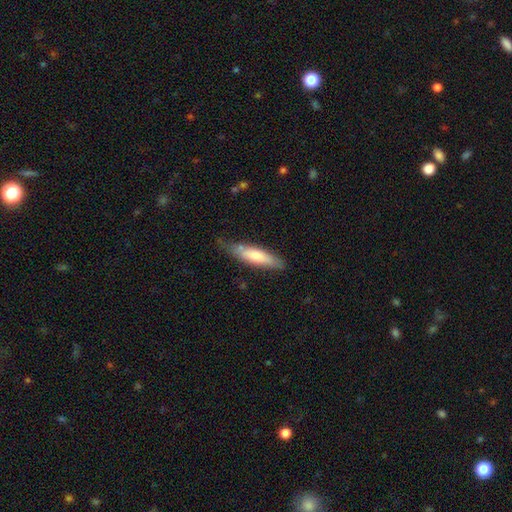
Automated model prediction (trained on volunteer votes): smooth-or-featured: smooth: 67% | featured or disk: 27% | star or artifact: 5%
  how-rounded: cigar-shaped: 69% | in between: 29% | round: 1%
  merging: none: 67% | minor disturbance: 25% | major disturbance: 5% | merger: 3%